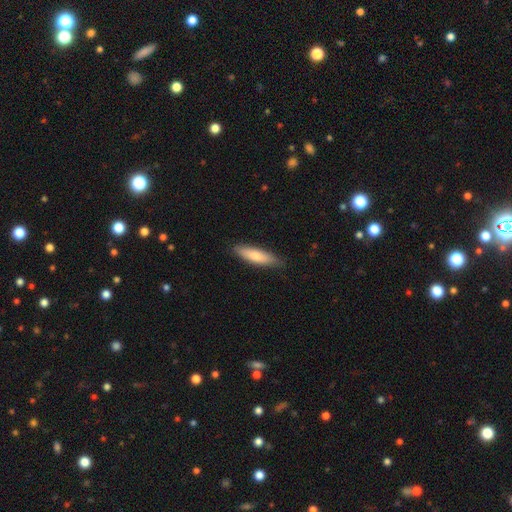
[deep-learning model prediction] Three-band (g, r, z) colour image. It shows a smooth galaxy with no disk features (77%) that is cigar-shaped (66%). Merging: none (82%).